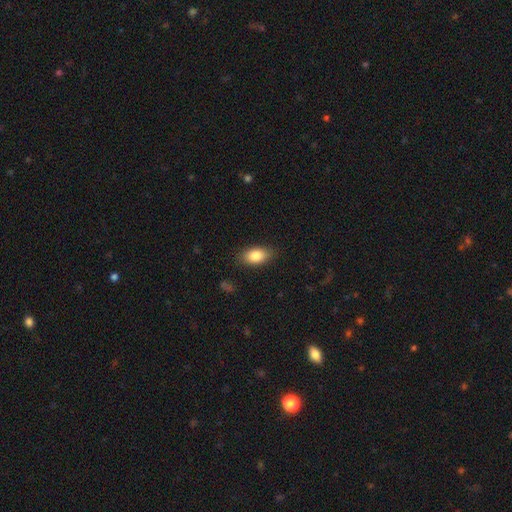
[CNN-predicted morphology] This appears to be a smooth galaxy with no disk features (85%) that is in between round and cigar-shaped (89%). Merging: none (85%).